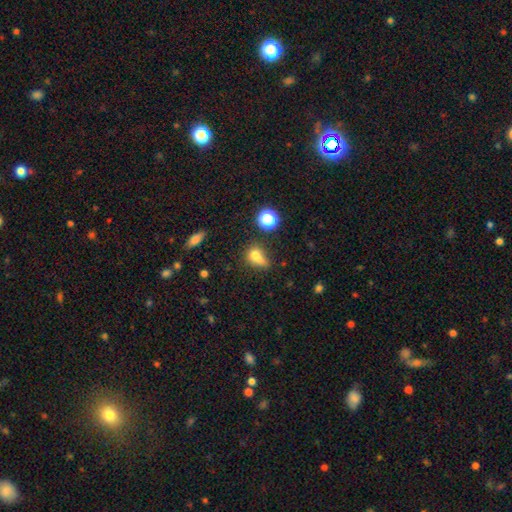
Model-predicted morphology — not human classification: Smooth or featured: smooth — 70% (star or artifact — 16%)
How rounded: in between — 49% (round — 45%)
Merging: none — 38% (minor disturbance — 26%)